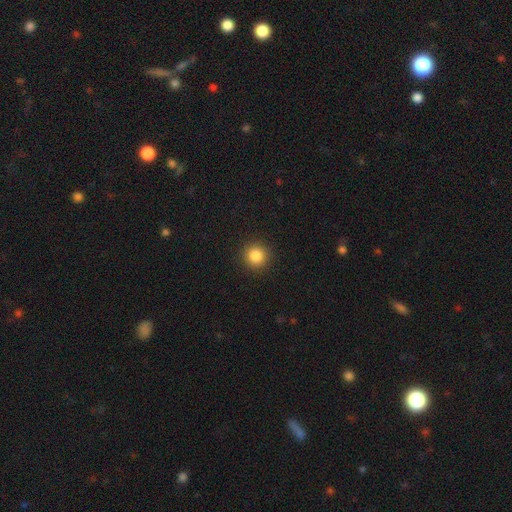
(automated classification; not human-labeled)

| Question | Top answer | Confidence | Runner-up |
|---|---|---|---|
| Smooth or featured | smooth | 85% | star or artifact (11%) |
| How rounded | round | 94% | in between (5%) |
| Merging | none | 92% | minor disturbance (5%) |